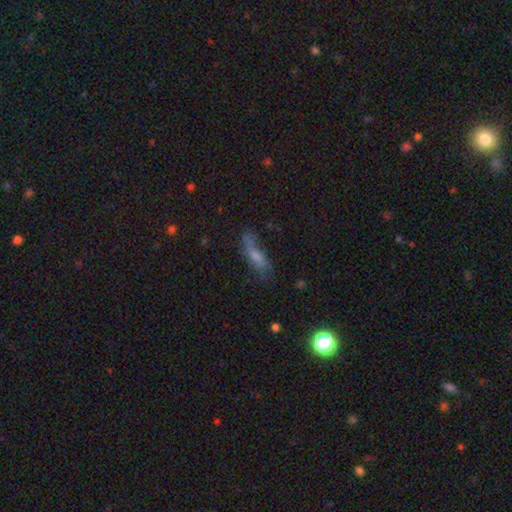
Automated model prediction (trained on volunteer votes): A smooth galaxy with no disk features (49%). Merging: none (58%).